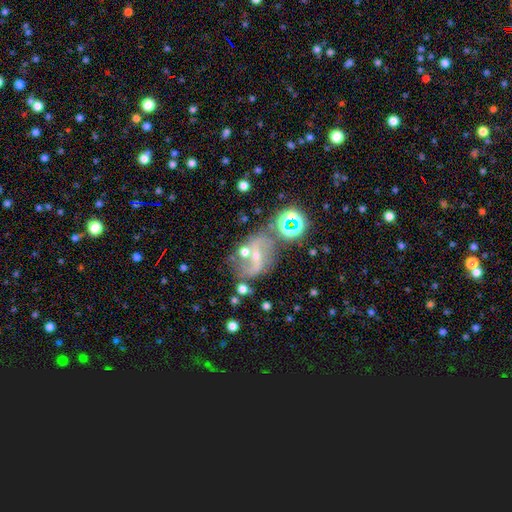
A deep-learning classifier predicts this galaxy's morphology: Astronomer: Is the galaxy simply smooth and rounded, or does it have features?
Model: featured or disk — 70%.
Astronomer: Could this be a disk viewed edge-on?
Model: no — 96%.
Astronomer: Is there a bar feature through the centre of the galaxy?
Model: strong — 39% (runner-up: weak, 36%).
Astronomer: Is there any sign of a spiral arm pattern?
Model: yes — 86%.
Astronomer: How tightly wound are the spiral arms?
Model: loose — 61%.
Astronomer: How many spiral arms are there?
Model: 2 — 86%.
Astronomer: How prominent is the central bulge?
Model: small — 55% (runner-up: moderate, 38%).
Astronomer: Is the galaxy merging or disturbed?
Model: none — 55%.